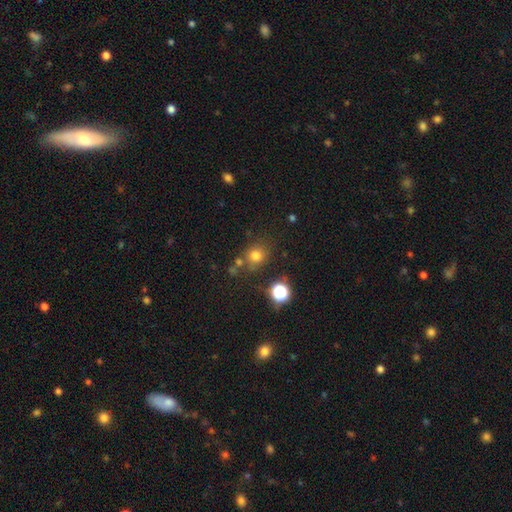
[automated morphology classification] Q: Smooth or featured?
A: smooth (73%); runner-up: star or artifact (19%)
Q: How rounded?
A: round (79%); runner-up: in between (20%)
Q: Merging?
A: none (72%); runner-up: minor disturbance (13%)